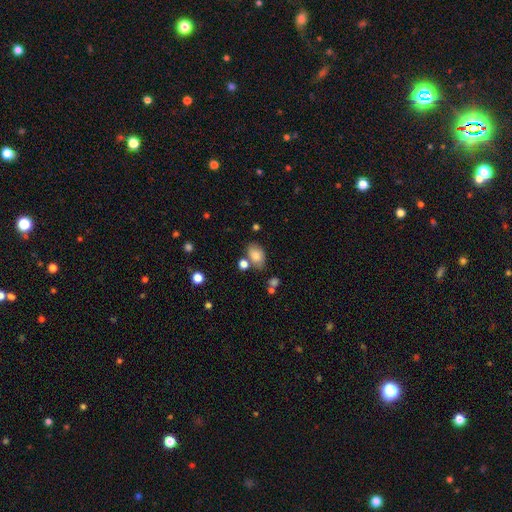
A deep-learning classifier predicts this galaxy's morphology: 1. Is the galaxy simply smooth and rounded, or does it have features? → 81% smooth, 10% featured or disk, 9% star or artifact.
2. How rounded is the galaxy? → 86% in between, 13% round, 1% cigar-shaped.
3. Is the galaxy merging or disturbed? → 65% none, 17% minor disturbance, 13% merger, 5% major disturbance.